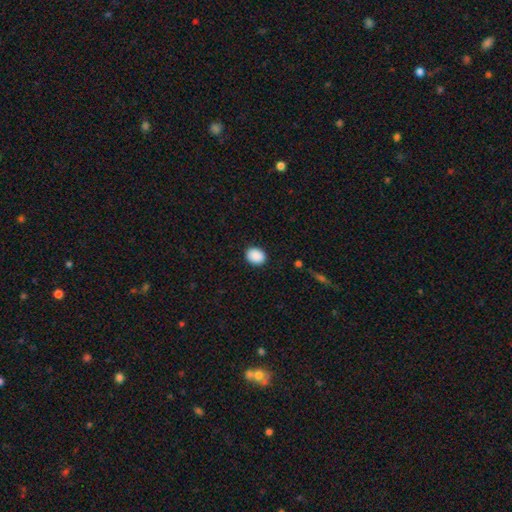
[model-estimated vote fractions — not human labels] Smooth or featured?
  - smooth: 90% *
  - star or artifact: 8%
  - featured or disk: 2%
How rounded?
  - in between: 54% *
  - round: 45%
  - cigar-shaped: 1%
Merging?
  - none: 90% *
  - minor disturbance: 7%
  - major disturbance: 2%
  - merger: 1%